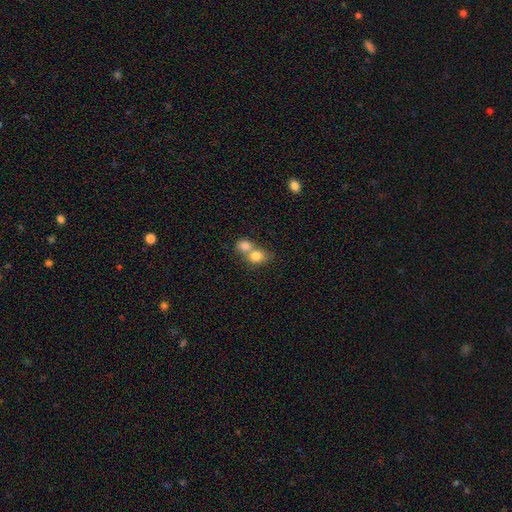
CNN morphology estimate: Q: Smooth or featured?
A: smooth (79%); runner-up: featured or disk (12%)
Q: How rounded?
A: round (62%); runner-up: in between (36%)
Q: Merging?
A: merger (67%); runner-up: none (25%)